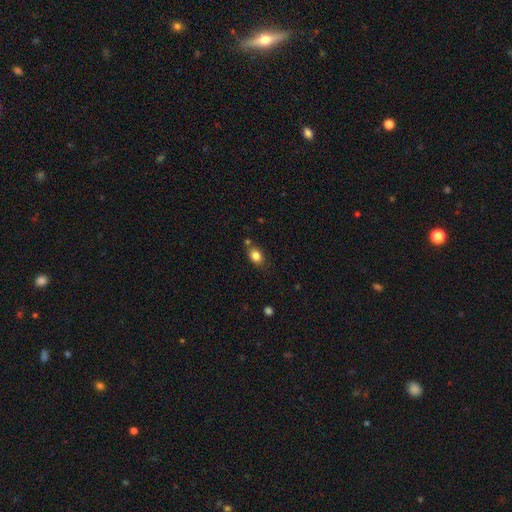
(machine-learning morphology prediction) Smooth or featured? smooth (84%)
How rounded? in between (63%)
Merging? none (70%)